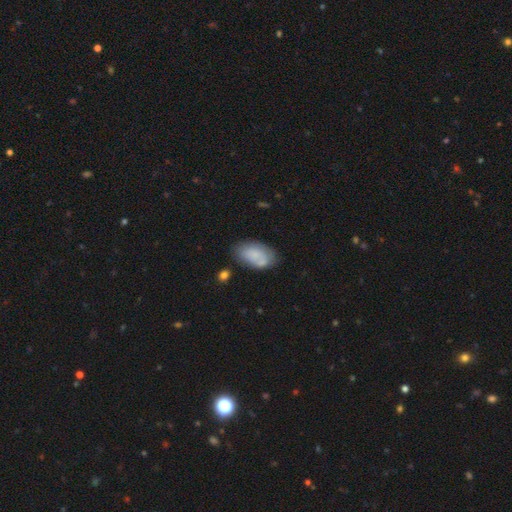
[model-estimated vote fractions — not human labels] A smooth galaxy with no disk features (72%) that is in between round and cigar-shaped (94%).

Vote fractions:
- Smooth or featured? smooth: 72% / featured or disk: 20% / star or artifact: 7%
- How rounded? in between: 94% / round: 5% / cigar-shaped: 2%
- Merging? none: 63% / minor disturbance: 23% / merger: 8% / major disturbance: 7%